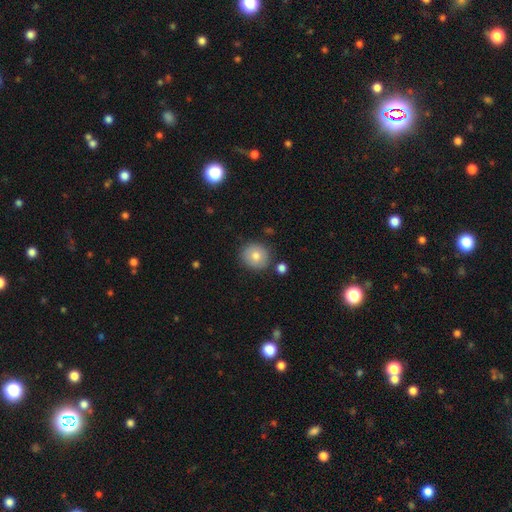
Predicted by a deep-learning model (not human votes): A smooth galaxy with no disk features (79%) that is round (89%). Merging: none (85%).